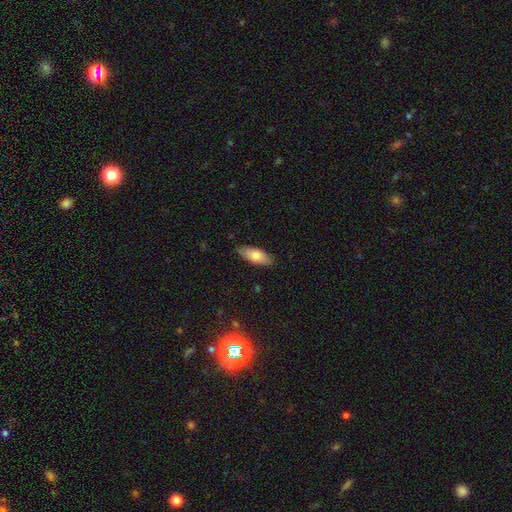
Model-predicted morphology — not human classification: A smooth galaxy with no disk features (75%) that is in between round and cigar-shaped (77%).

Vote fractions:
- Smooth or featured? smooth: 75% / featured or disk: 19% / star or artifact: 6%
- How rounded? in between: 77% / cigar-shaped: 21% / round: 2%
- Merging? none: 85% / minor disturbance: 12% / major disturbance: 2% / merger: 1%